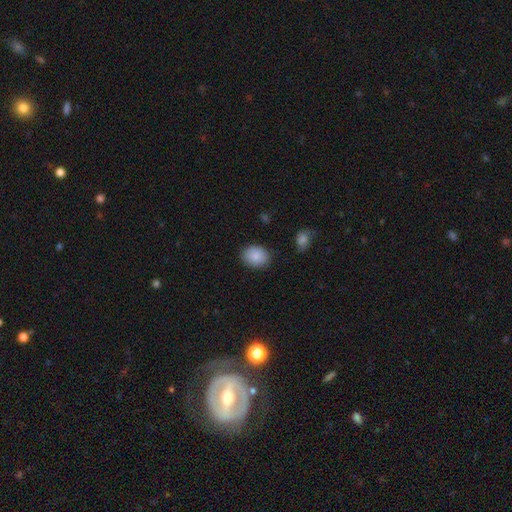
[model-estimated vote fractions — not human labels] Smooth or featured: smooth — 88% (star or artifact — 7%)
How rounded: in between — 58% (round — 41%)
Merging: none — 84% (minor disturbance — 11%)